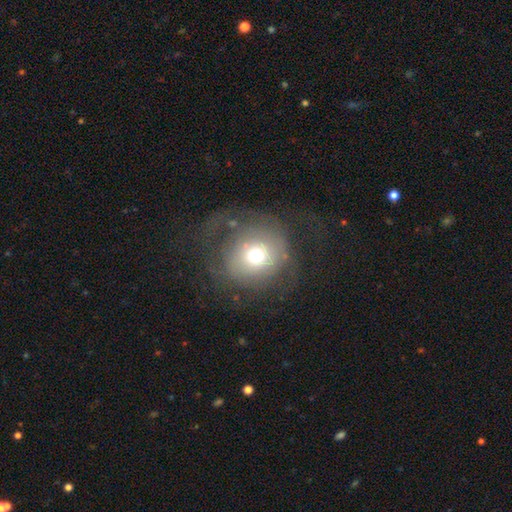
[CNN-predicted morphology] smooth-or-featured: smooth: 57% | featured or disk: 31% | star or artifact: 12%
  how-rounded: round: 87% | in between: 12% | cigar-shaped: 1%
  merging: none: 47% | major disturbance: 33% | minor disturbance: 18% | merger: 2%